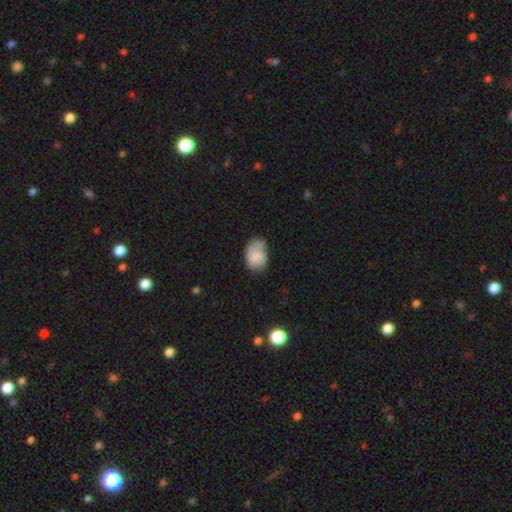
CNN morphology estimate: Smooth or featured? smooth (71%)
How rounded? in between (77%)
Merging? none (42%)